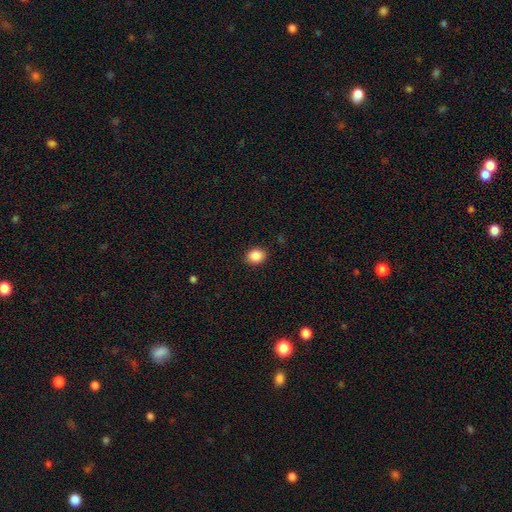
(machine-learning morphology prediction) A smooth galaxy with no disk features (87%) that is in between round and cigar-shaped (52%).

Vote fractions:
- Smooth or featured? smooth: 87% / star or artifact: 9% / featured or disk: 4%
- How rounded? in between: 52% / round: 47% / cigar-shaped: 1%
- Merging? none: 90% / minor disturbance: 7% / major disturbance: 2% / merger: 1%